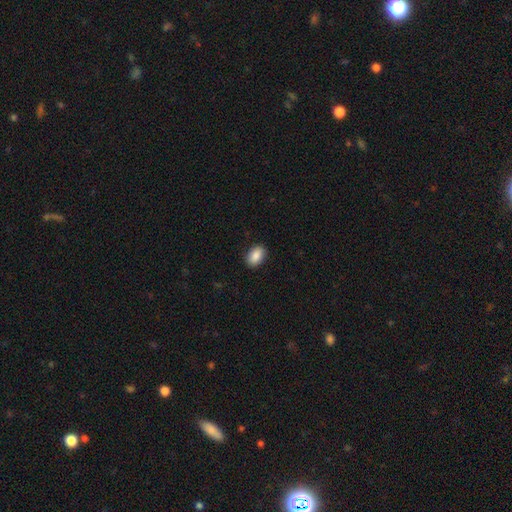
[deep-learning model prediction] Smooth or featured: smooth — 88% (star or artifact — 7%)
How rounded: in between — 87% (round — 12%)
Merging: none — 89% (minor disturbance — 8%)